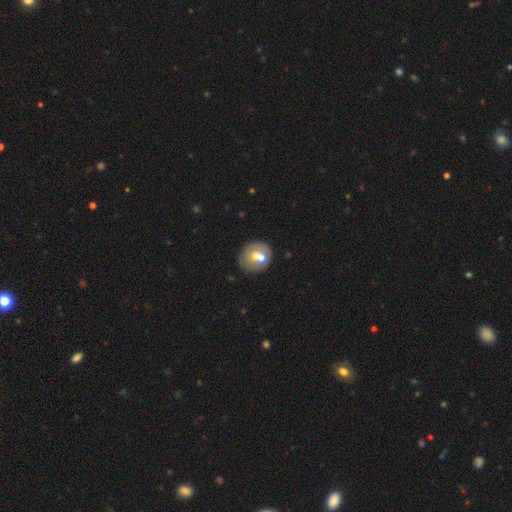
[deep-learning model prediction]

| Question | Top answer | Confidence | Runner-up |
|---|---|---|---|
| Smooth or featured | smooth | 56% | featured or disk (36%) |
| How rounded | round | 78% | in between (21%) |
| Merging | none | 47% | merger (35%) |